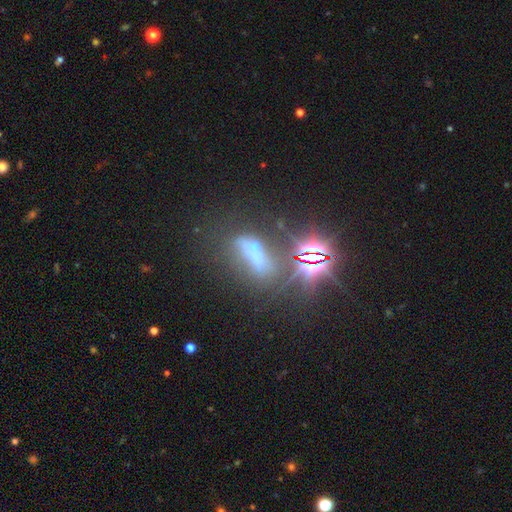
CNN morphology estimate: smooth-or-featured: star or artifact: 44% | featured or disk: 30% | smooth: 26%